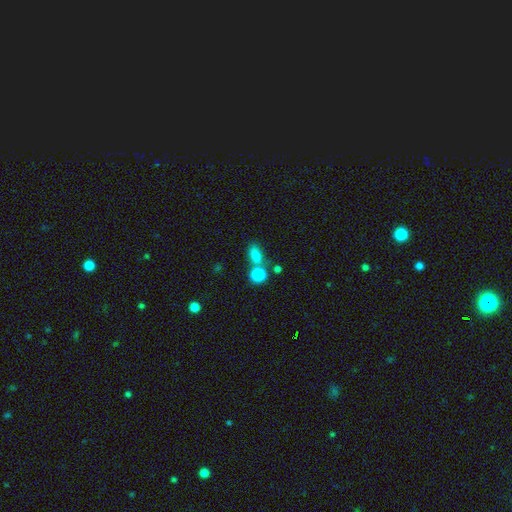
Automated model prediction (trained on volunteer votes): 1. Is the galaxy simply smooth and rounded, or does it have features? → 80% smooth, 13% star or artifact, 7% featured or disk.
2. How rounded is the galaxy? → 77% in between, 19% round, 4% cigar-shaped.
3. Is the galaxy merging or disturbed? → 49% none, 32% merger, 12% minor disturbance, 6% major disturbance.